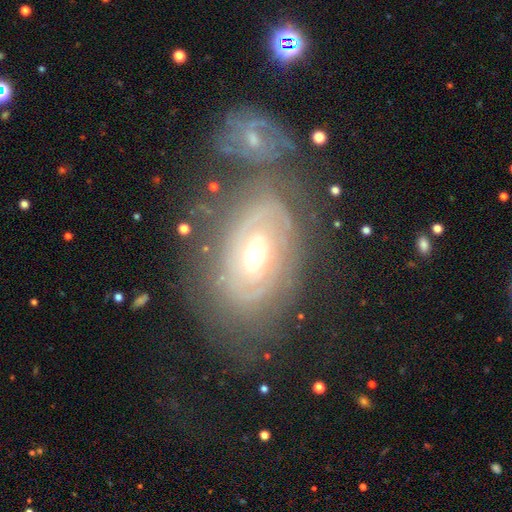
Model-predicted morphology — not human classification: This is clearly a featured or disk galaxy (81%). It is clearly not viewed edge-on (95%). Bar: likely no (64%). Spiral arm pattern: clearly yes (83%). Spiral arm count: marginally can't tell (42%). Spiral winding: likely tight (74%). Central bulge: likely moderate (72%). Merging: possibly none (53%).